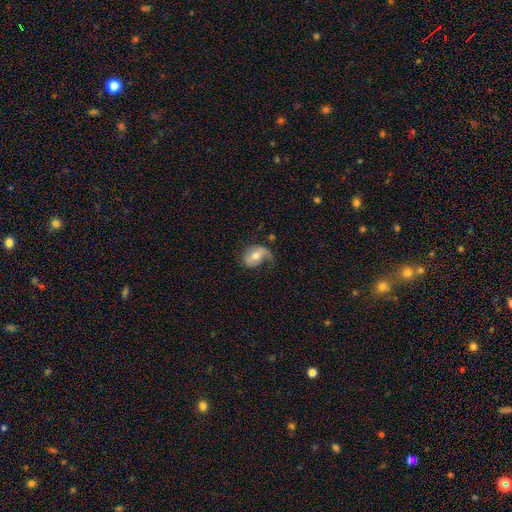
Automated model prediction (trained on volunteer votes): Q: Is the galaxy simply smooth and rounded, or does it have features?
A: featured or disk — 54%.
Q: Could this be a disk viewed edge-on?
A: no — 95%.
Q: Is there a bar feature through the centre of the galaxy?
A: no — 48%.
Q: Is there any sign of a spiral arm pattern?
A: yes — 78%.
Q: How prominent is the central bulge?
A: moderate — 67%.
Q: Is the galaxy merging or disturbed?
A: none — 39%.